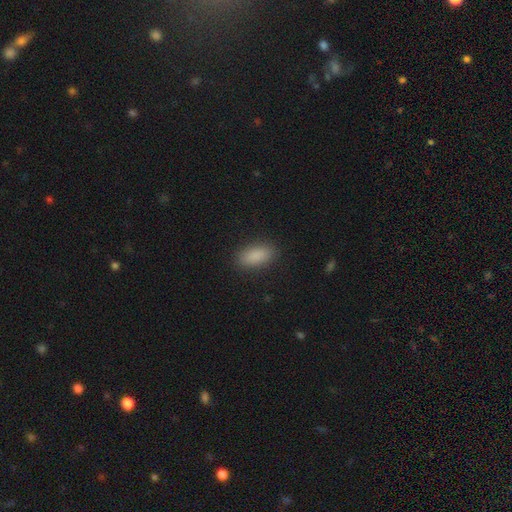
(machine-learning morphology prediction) The model was most divided on "how rounded": in between: 86%, cigar-shaped: 11%, round: 3%. More confident: smooth or featured — smooth (89%); merging — none (88%).